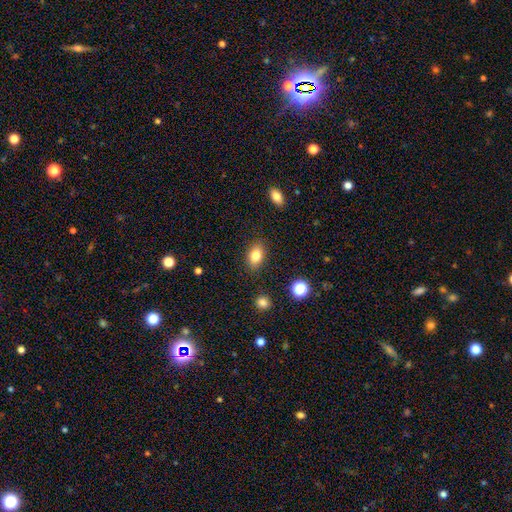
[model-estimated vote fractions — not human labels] Q: Smooth or featured?
A: smooth (80%); runner-up: featured or disk (10%)
Q: How rounded?
A: in between (81%); runner-up: round (17%)
Q: Merging?
A: none (85%); runner-up: minor disturbance (10%)